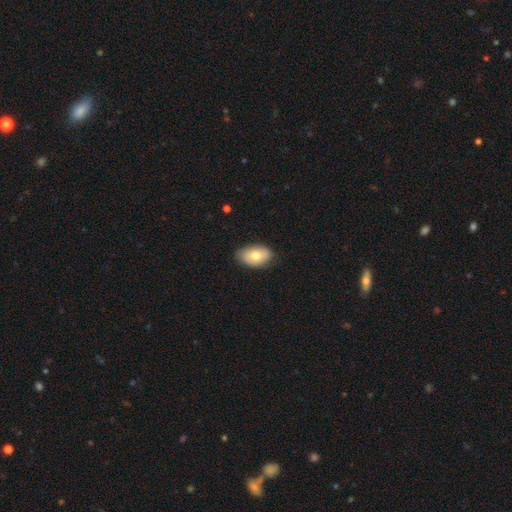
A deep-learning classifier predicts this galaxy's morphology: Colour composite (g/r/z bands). It shows a smooth galaxy with no disk features (72%) that is in between round and cigar-shaped (90%). Merging: none (78%).